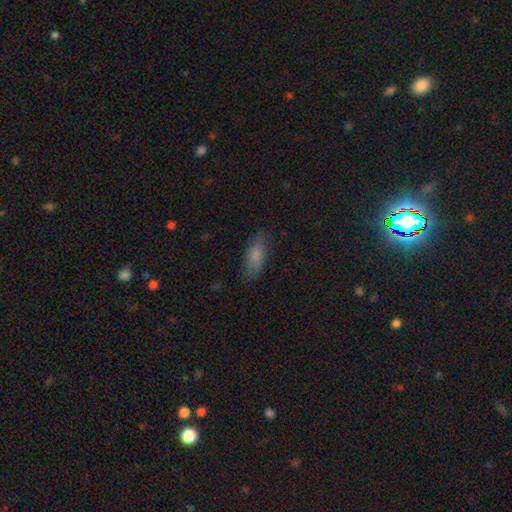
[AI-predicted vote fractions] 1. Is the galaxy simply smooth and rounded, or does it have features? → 79% smooth, 13% featured or disk, 8% star or artifact.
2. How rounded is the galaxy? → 70% in between, 27% cigar-shaped, 2% round.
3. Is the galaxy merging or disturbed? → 80% none, 15% minor disturbance, 4% major disturbance, 1% merger.